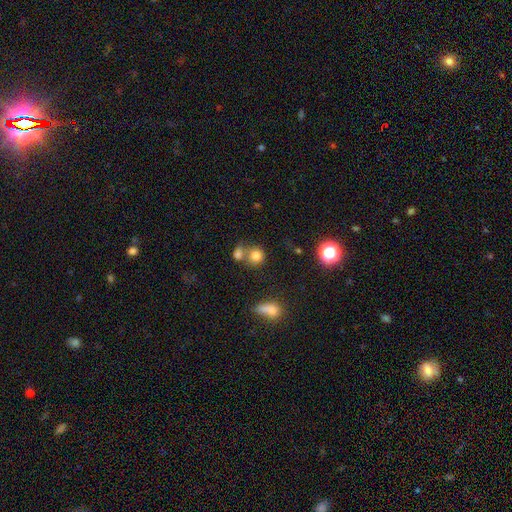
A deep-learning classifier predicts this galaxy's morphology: Smooth or featured? smooth (77%)
How rounded? round (85%)
Merging? none (50%)